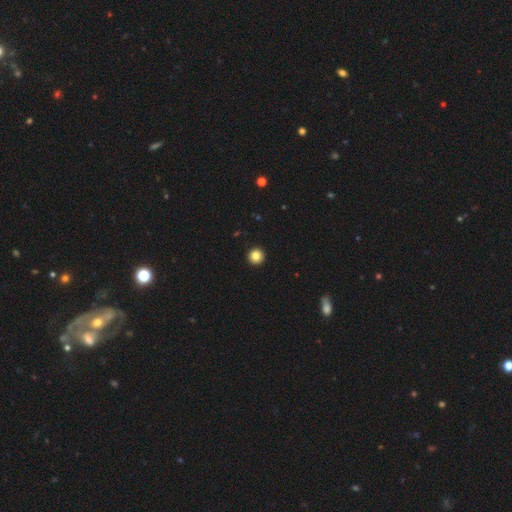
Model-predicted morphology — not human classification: A smooth galaxy with no disk features (85%) that is round (97%).

Vote fractions:
- Smooth or featured? smooth: 85% / star or artifact: 11% / featured or disk: 5%
- How rounded? round: 97% / in between: 2% / cigar-shaped: 1%
- Merging? none: 94% / minor disturbance: 3% / major disturbance: 1% / merger: 1%